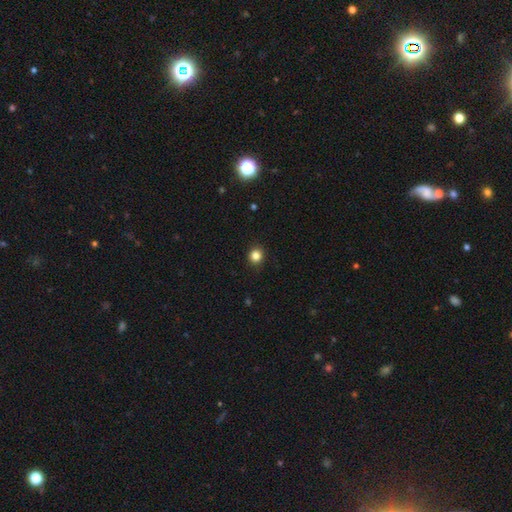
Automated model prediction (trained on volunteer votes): The model was most divided on "smooth or featured": smooth: 84%, star or artifact: 12%, featured or disk: 4%. More confident: merging — none (91%); how rounded — round (87%).